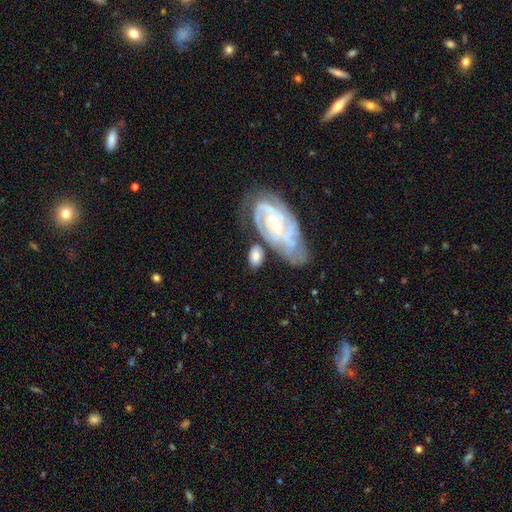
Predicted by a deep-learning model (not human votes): Smooth or featured: featured or disk — 49% (smooth — 45%)
Merging: none — 49% (merger — 21%)